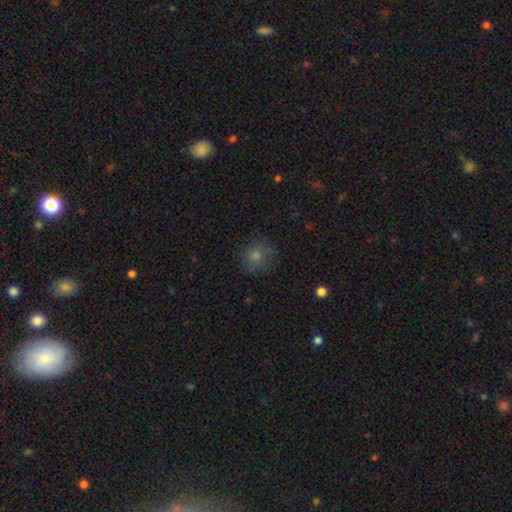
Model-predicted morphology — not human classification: A smooth galaxy with no disk features (69%) that is round (85%).

Vote fractions:
- Smooth or featured? smooth: 69% / star or artifact: 20% / featured or disk: 11%
- How rounded? round: 85% / in between: 14% / cigar-shaped: 1%
- Merging? none: 79% / minor disturbance: 14% / major disturbance: 5% / merger: 1%